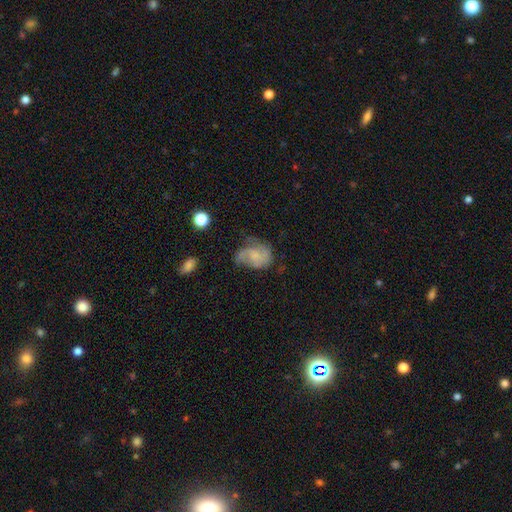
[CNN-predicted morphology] Q: Smooth or featured?
A: featured or disk (59%); runner-up: smooth (32%)
Q: Edge-on disk?
A: no (98%); runner-up: yes (2%)
Q: Bar?
A: no (69%); runner-up: weak (27%)
Q: Spiral arms?
A: yes (82%); runner-up: no (18%)
Q: Bulge size?
A: none (40%); runner-up: small (33%)
Q: Merging?
A: none (40%); runner-up: minor disturbance (30%)